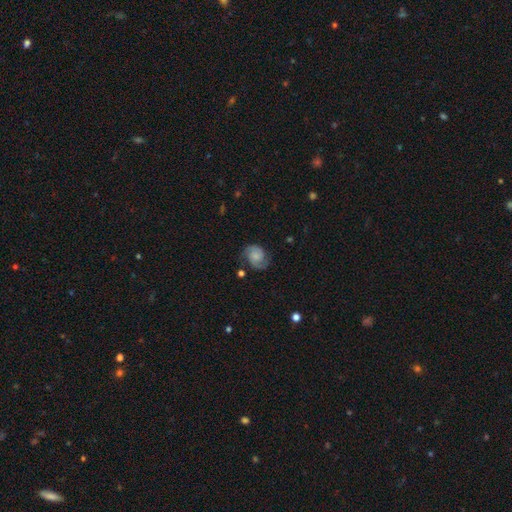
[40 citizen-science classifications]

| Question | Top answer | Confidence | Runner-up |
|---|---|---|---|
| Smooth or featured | featured or disk | 62% | smooth (32%) |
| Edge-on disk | no | 100% | — |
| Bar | no | 80% | weak (20%) |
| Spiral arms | yes | 100% | — |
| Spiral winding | medium | 52% | tight (36%) |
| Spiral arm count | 2 | 84% | 1 (8%) |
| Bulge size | none | 40% | small (36%) |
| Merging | none | 74% | minor disturbance (21%) |